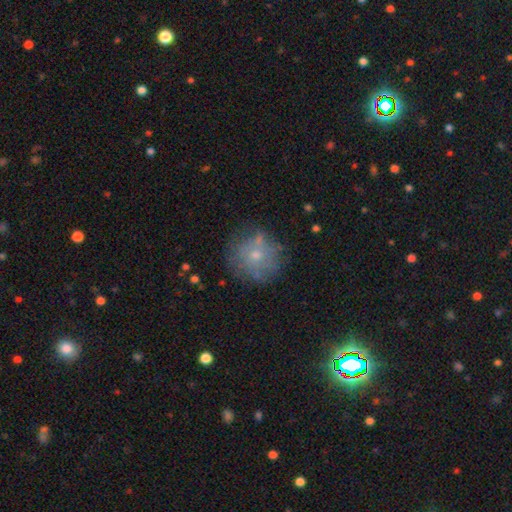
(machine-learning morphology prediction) This appears to be a smooth galaxy with no disk features (51%) that is round (90%). Merging: none (66%).